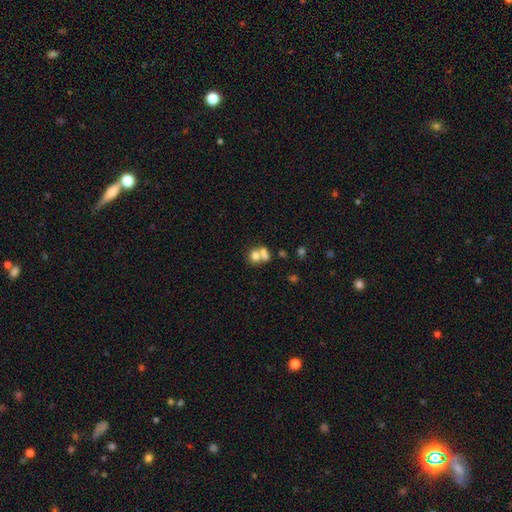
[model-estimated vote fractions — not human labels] A smooth galaxy with no disk features (69%) that is round (69%). Merging: merger (57%).